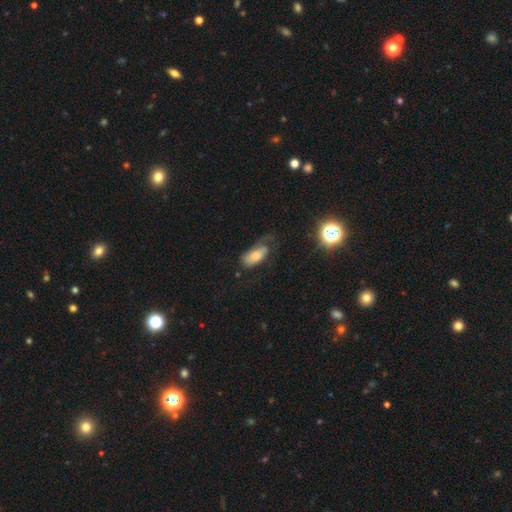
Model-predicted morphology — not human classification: smooth 65%, featured or disk 27%, star or artifact 9%. Down the decision tree: how rounded — in between (87%); merging — none (36%).